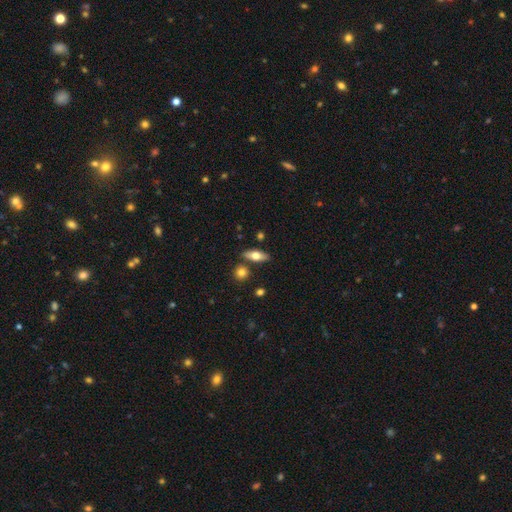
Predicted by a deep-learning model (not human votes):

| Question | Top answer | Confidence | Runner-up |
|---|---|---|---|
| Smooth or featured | smooth | 61% | featured or disk (32%) |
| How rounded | in between | 66% | cigar-shaped (29%) |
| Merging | none | 80% | minor disturbance (10%) |